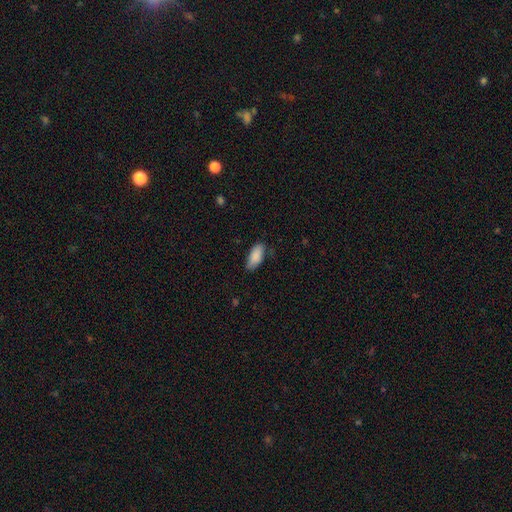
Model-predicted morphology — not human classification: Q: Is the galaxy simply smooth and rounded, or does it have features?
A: smooth — 89%.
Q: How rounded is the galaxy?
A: in between — 87%.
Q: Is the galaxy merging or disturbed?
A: none — 74%.